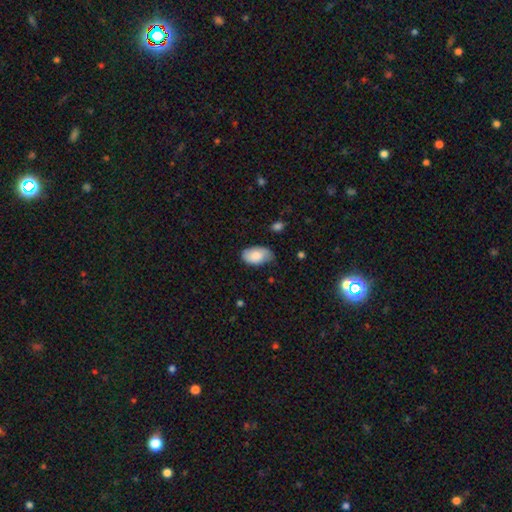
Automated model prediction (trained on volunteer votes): This is clearly a smooth galaxy (83%). How rounded: clearly in between (94%). Merging: likely none (63%).